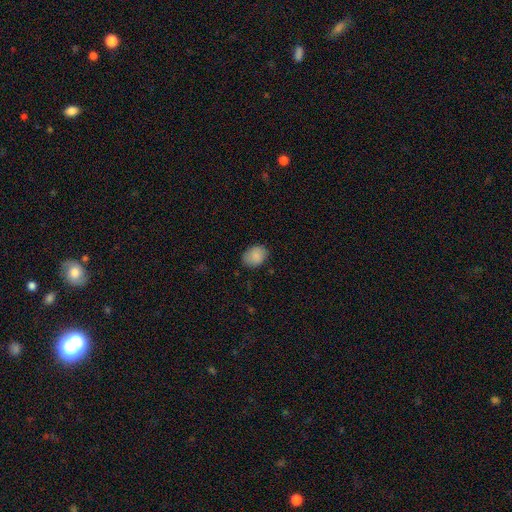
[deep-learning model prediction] The model was most divided on "how rounded": in between: 65%, round: 34%, cigar-shaped: 1%. More confident: smooth or featured — smooth (87%); merging — none (80%).